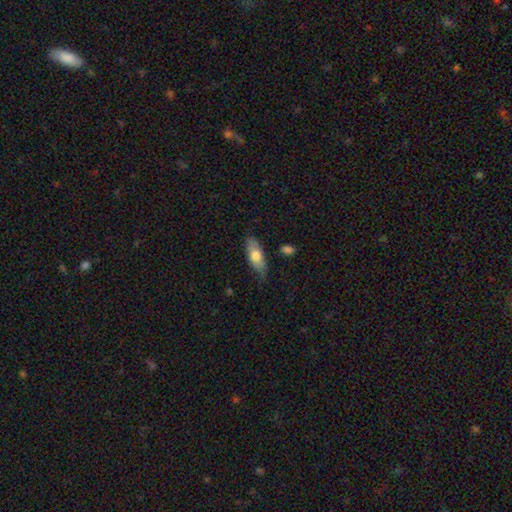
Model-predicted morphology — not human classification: This appears to be a smooth galaxy with no disk features (70%) that is in between round and cigar-shaped (77%). Merging: none (75%).